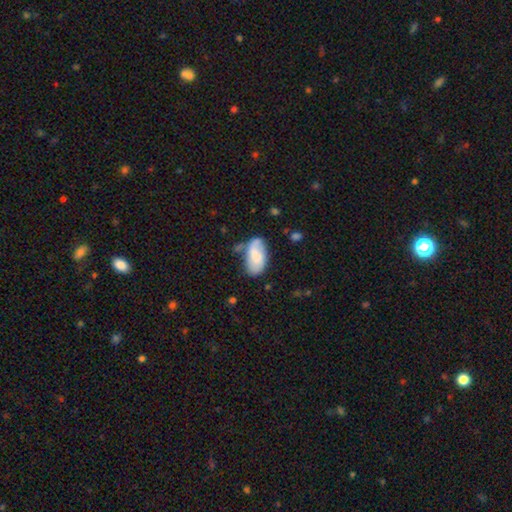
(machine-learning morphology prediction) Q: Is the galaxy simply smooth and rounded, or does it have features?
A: smooth — 59%.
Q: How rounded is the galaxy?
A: in between — 94%.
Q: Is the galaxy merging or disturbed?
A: none — 56%.